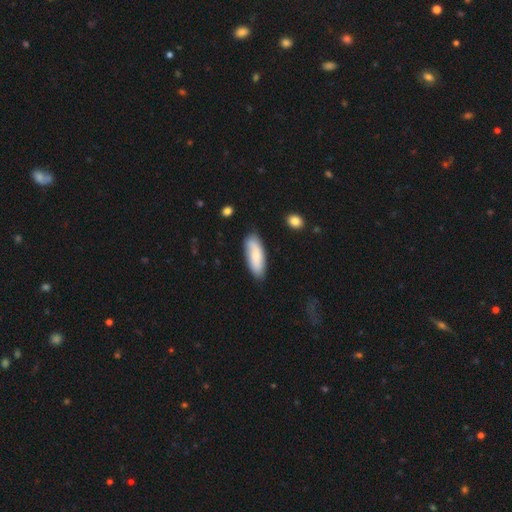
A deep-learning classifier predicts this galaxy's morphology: type=smooth (72%); roundness=in between (68%); merging=none (79%).